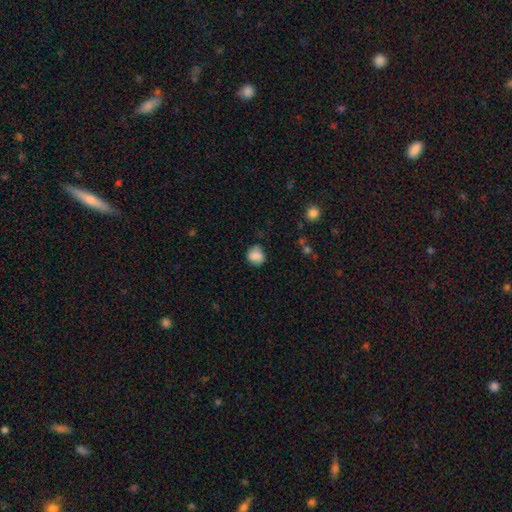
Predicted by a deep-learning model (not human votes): smooth_or_featured: smooth (p=0.85) [alt: star or artifact p=0.08]
how_rounded: round (p=0.78) [alt: in between p=0.21]
merging: none (p=0.73) [alt: minor disturbance p=0.20]